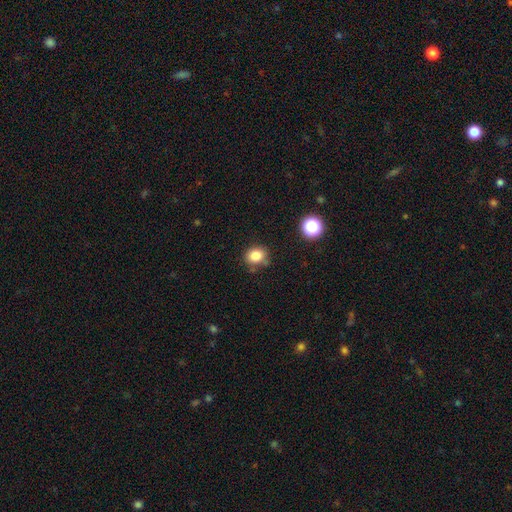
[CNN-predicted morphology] A smooth galaxy with no disk features (82%) that is round (66%). Merging: none (77%).